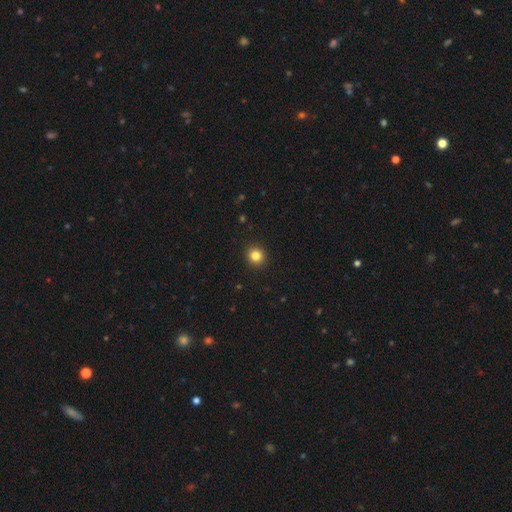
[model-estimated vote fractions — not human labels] Smooth or featured: smooth — 83% (star or artifact — 12%)
How rounded: round — 90% (in between — 9%)
Merging: none — 93% (minor disturbance — 5%)